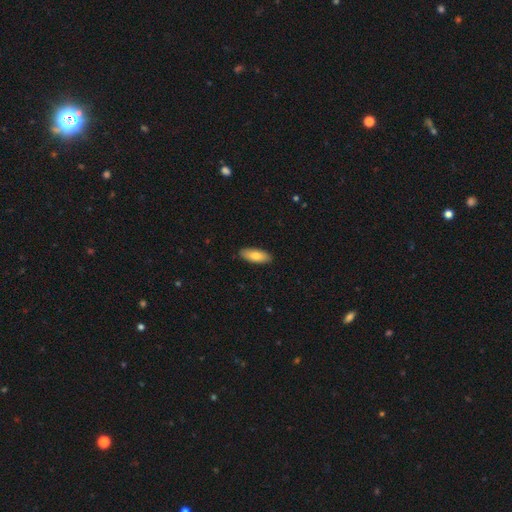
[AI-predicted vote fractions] This is likely a smooth galaxy (77%). How rounded: likely in between (80%). Merging: clearly none (90%).